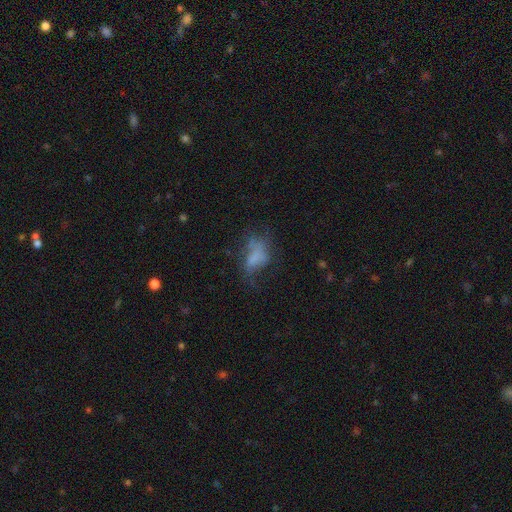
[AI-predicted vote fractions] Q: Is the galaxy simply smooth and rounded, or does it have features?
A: smooth — 52%.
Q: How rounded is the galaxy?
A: in between — 84%.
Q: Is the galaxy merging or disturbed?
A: major disturbance — 40%.